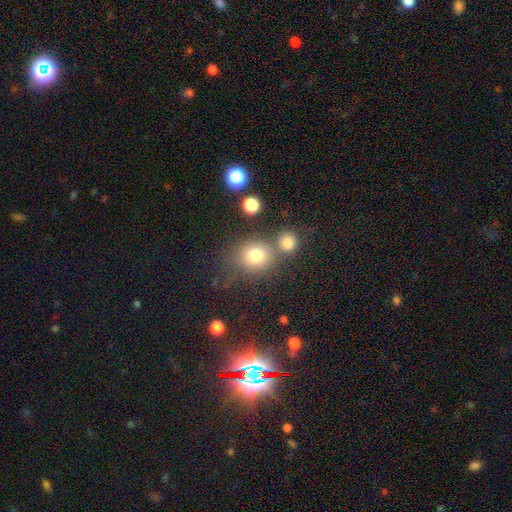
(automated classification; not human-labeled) A smooth galaxy with no disk features (77%) that is round (84%).

Vote fractions:
- Smooth or featured? smooth: 77% / star or artifact: 14% / featured or disk: 9%
- How rounded? round: 84% / in between: 15% / cigar-shaped: 1%
- Merging? none: 61% / merger: 22% / minor disturbance: 11% / major disturbance: 5%